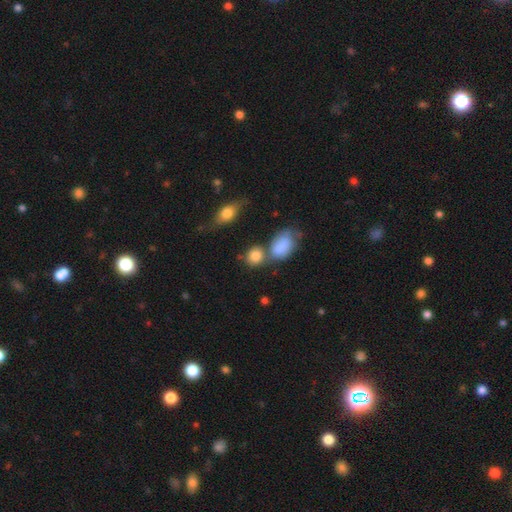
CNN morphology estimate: smooth-or-featured: smooth: 83% | star or artifact: 9% | featured or disk: 8%
  how-rounded: round: 63% | in between: 35% | cigar-shaped: 2%
  merging: none: 48% | merger: 34% | minor disturbance: 12% | major disturbance: 5%